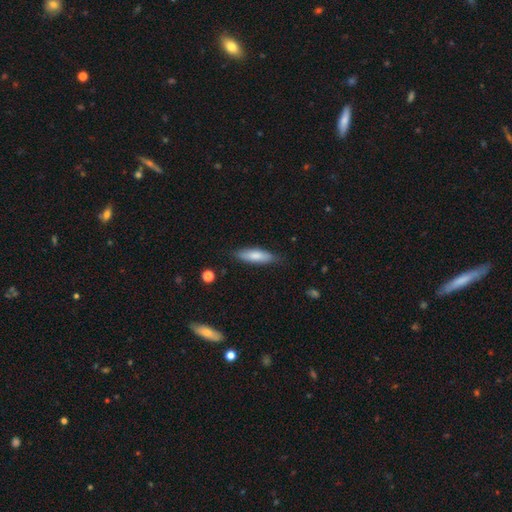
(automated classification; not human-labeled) Smooth or featured: smooth — 77% (featured or disk — 17%)
How rounded: cigar-shaped — 60% (in between — 39%)
Merging: none — 81% (minor disturbance — 15%)